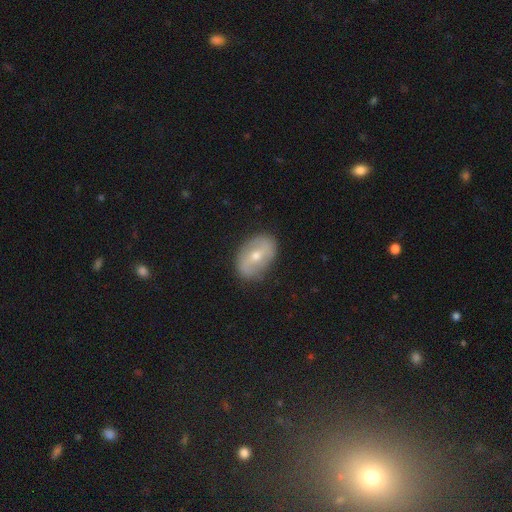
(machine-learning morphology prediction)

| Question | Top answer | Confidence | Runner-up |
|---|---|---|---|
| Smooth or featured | featured or disk | 60% | smooth (33%) |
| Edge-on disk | no | 92% | yes (8%) |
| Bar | weak | 40% | strong (36%) |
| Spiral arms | no | 51% | yes (49%) |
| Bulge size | moderate | 58% | small (38%) |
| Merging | none | 83% | minor disturbance (12%) |